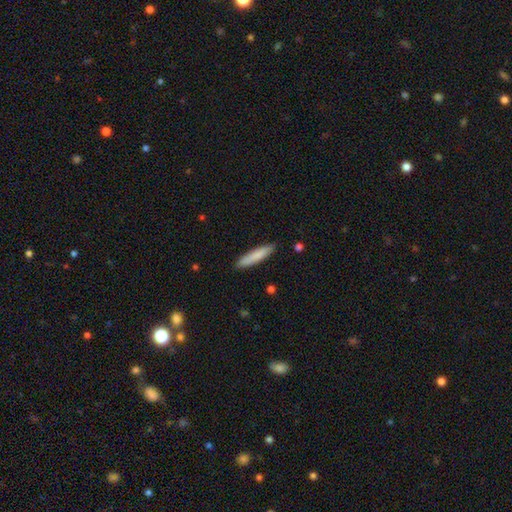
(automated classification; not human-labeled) This appears to be a smooth galaxy with no disk features (82%) that is cigar-shaped (87%). Merging: none (88%).